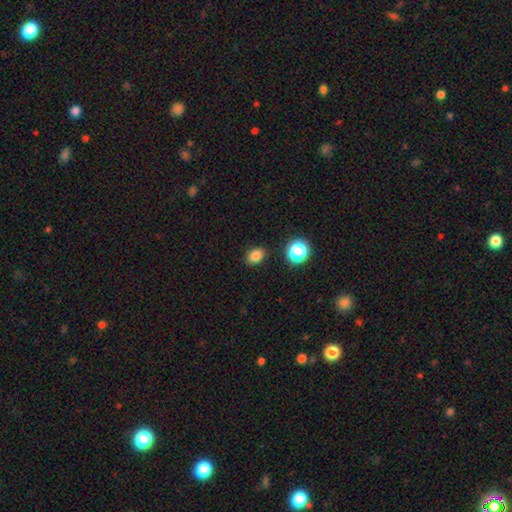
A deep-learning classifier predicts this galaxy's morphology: Smooth or featured: smooth — 81% (star or artifact — 14%)
How rounded: in between — 64% (round — 35%)
Merging: none — 87% (minor disturbance — 9%)